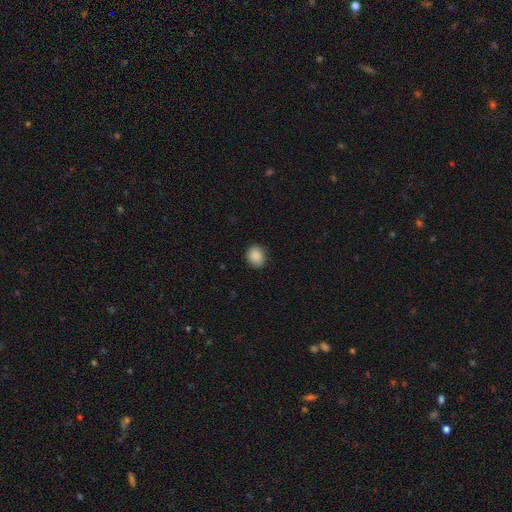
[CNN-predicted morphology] Overall: smooth (89%). How rounded: round (71%). Merging: none (88%).